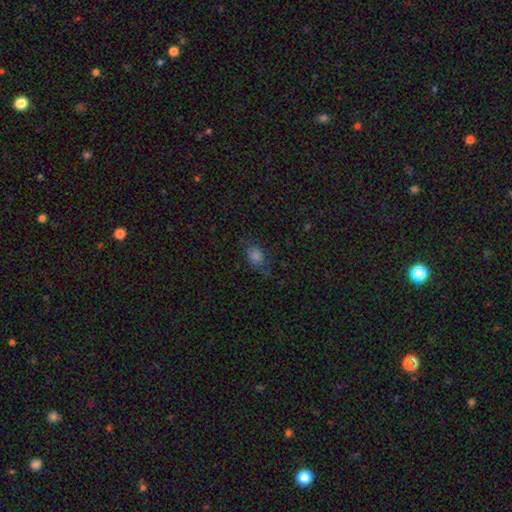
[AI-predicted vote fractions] This is likely a smooth galaxy (70%). How rounded: likely in between (71%). Merging: likely none (71%).